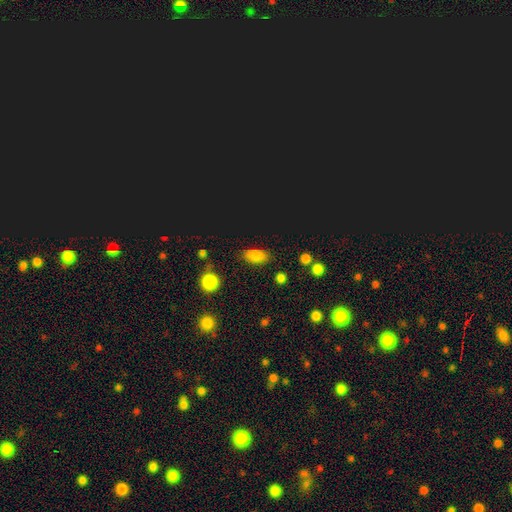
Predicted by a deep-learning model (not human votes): smooth 78%, star or artifact 16%, featured or disk 7%. Down the decision tree: how rounded — in between (89%); merging — none (82%).